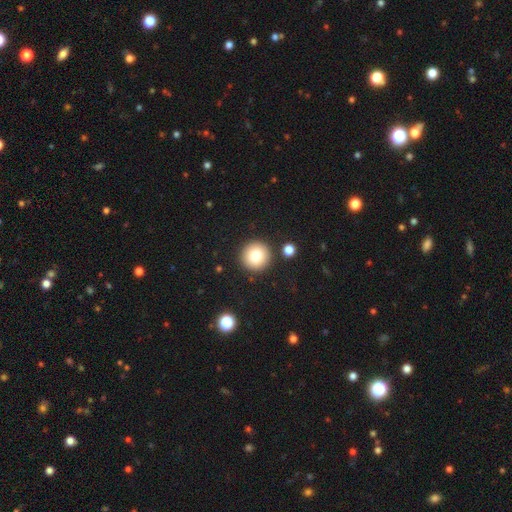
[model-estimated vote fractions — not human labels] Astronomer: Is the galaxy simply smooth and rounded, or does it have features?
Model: smooth — 81%.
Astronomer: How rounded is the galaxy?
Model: round — 96%.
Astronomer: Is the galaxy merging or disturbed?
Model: none — 89%.